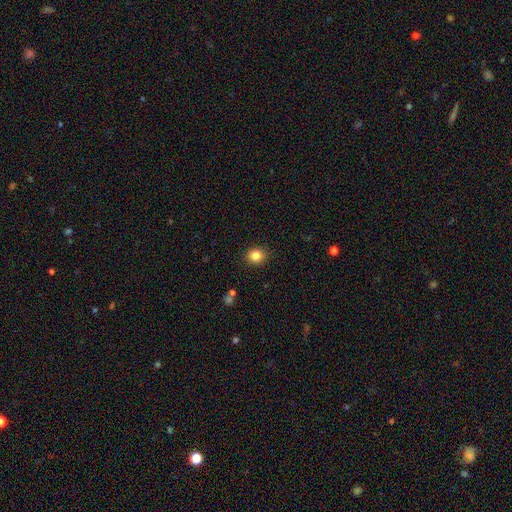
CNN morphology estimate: A smooth galaxy with no disk features (84%) that is round (78%). Merging: none (90%).